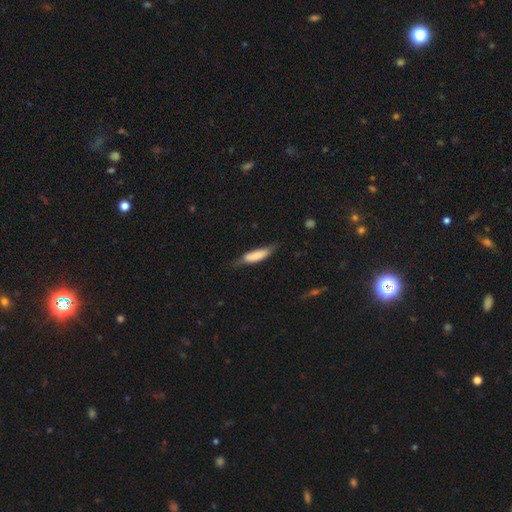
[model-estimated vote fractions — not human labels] Smooth or featured? smooth (74%)
How rounded? cigar-shaped (60%)
Merging? none (58%)